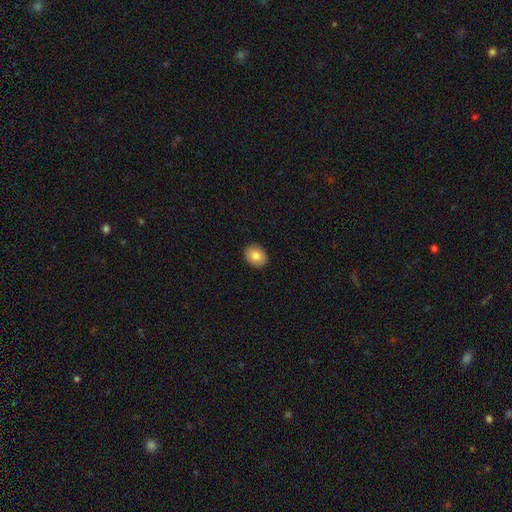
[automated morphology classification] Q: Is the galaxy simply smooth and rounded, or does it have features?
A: smooth — 83%.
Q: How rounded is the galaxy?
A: in between — 58%.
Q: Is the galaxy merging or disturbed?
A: none — 91%.